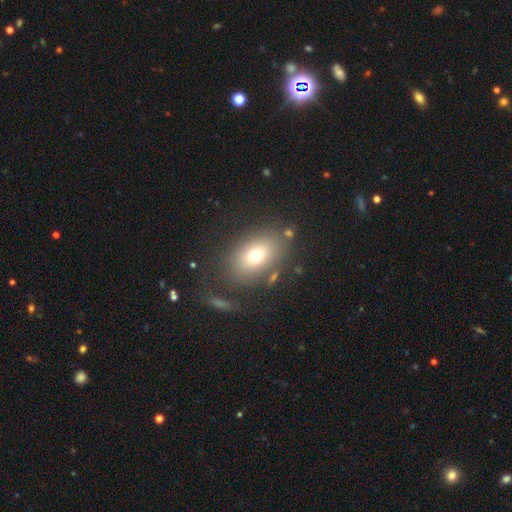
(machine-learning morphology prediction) Smooth or featured?
  - smooth: 71% *
  - featured or disk: 16%
  - star or artifact: 13%
How rounded?
  - in between: 75% *
  - round: 23%
  - cigar-shaped: 2%
Merging?
  - none: 74% *
  - minor disturbance: 13%
  - major disturbance: 8%
  - merger: 5%